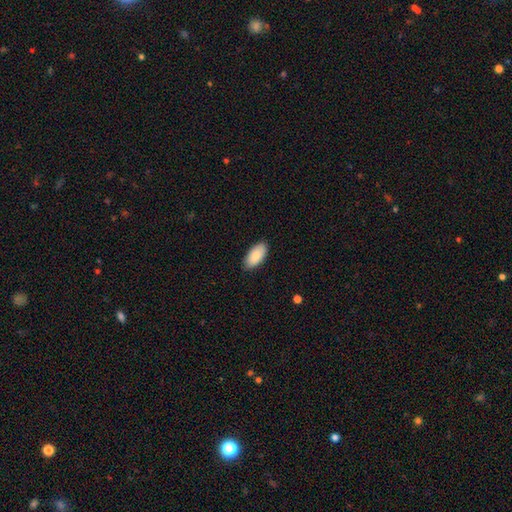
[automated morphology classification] type=smooth (88%); roundness=in between (93%); merging=none (87%).